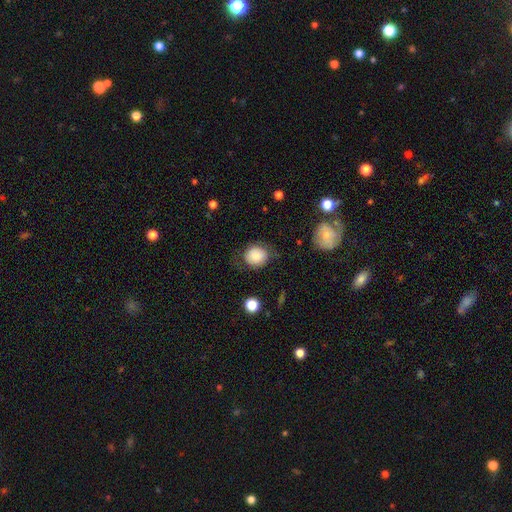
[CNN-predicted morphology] This is clearly a smooth galaxy (80%). How rounded: likely round (76%). Merging: likely none (68%).